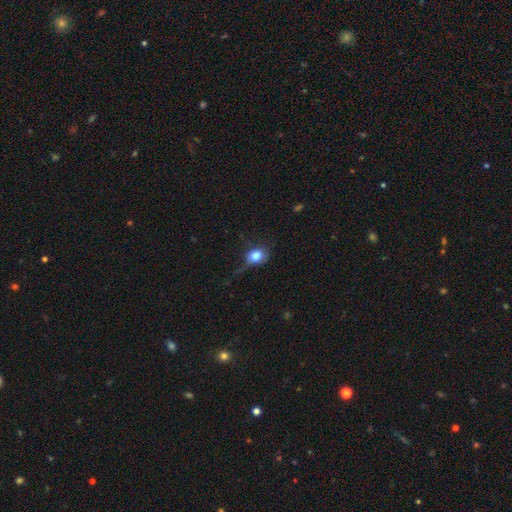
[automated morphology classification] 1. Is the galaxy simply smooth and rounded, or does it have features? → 79% smooth, 11% featured or disk, 10% star or artifact.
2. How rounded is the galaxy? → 59% in between, 39% round, 2% cigar-shaped.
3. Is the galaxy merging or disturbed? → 37% none, 33% minor disturbance, 27% major disturbance, 3% merger.